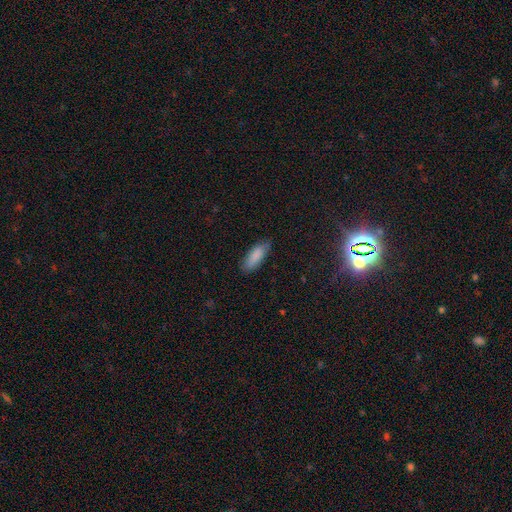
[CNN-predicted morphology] smooth-or-featured: smooth: 86% | featured or disk: 8% | star or artifact: 6%
  how-rounded: in between: 67% | cigar-shaped: 31% | round: 2%
  merging: none: 77% | minor disturbance: 18% | major disturbance: 3% | merger: 1%